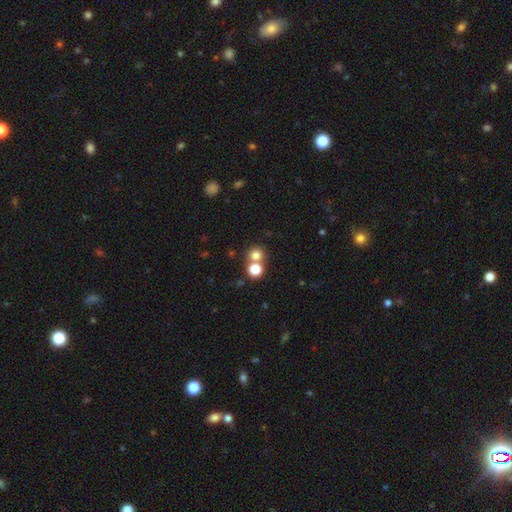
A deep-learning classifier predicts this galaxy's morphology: smooth_or_featured: smooth (p=0.76) [alt: star or artifact p=0.15]
how_rounded: round (p=0.89) [alt: in between p=0.10]
merging: none (p=0.56) [alt: merger p=0.35]